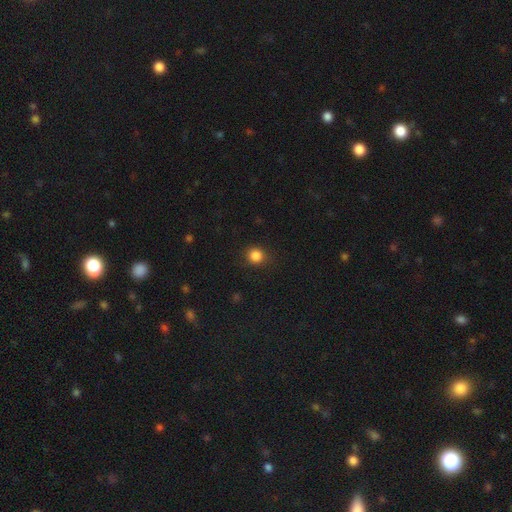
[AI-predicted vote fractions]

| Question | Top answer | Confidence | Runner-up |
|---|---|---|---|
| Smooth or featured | smooth | 85% | star or artifact (12%) |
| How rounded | round | 88% | in between (11%) |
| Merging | none | 86% | minor disturbance (10%) |